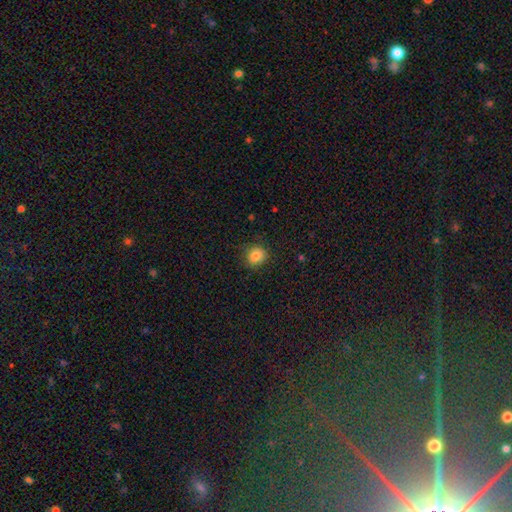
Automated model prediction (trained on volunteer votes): This appears to be a smooth galaxy with no disk features (84%) that is round (72%). Merging: none (84%).